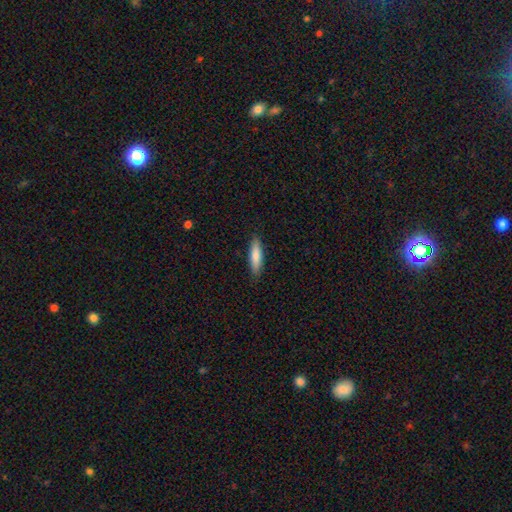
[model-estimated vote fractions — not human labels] smooth 80%, featured or disk 14%, star or artifact 6%. Down the decision tree: how rounded — cigar-shaped (70%); merging — none (87%).